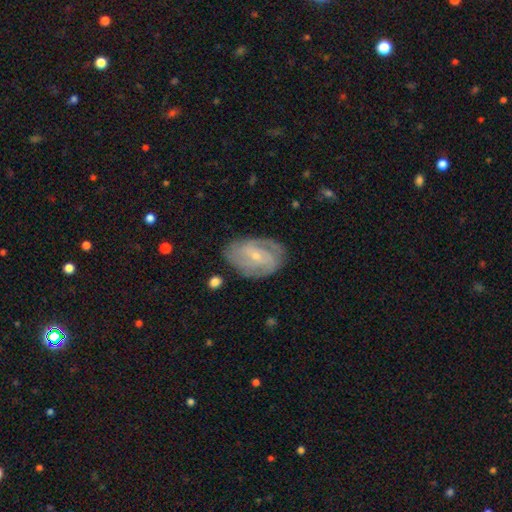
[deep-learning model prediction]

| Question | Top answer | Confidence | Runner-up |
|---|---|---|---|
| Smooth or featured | featured or disk | 80% | smooth (14%) |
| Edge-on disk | no | 97% | yes (3%) |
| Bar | weak | 44% | no (39%) |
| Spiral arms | yes | 93% | no (7%) |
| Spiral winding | tight | 50% | medium (38%) |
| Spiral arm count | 2 | 46% | can't tell (23%) |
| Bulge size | small | 73% | moderate (23%) |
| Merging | none | 75% | minor disturbance (18%) |